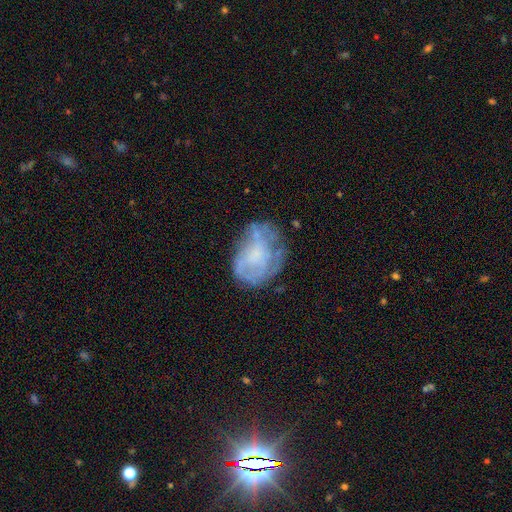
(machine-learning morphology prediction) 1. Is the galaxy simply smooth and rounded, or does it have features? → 56% featured or disk, 34% smooth, 10% star or artifact.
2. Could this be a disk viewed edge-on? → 97% no, 3% yes.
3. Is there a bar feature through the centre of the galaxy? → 82% no, 14% weak, 3% strong.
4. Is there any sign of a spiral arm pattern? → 64% no, 36% yes.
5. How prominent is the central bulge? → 52% none, 21% small, 18% moderate, 7% large, 2% dominant.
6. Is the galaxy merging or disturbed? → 51% none, 26% minor disturbance, 19% major disturbance, 4% merger.